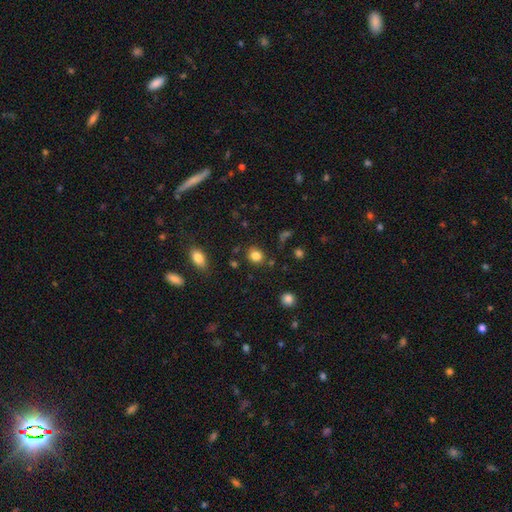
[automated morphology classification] Overall: smooth (83%). How rounded: round (72%). Merging: none (83%).